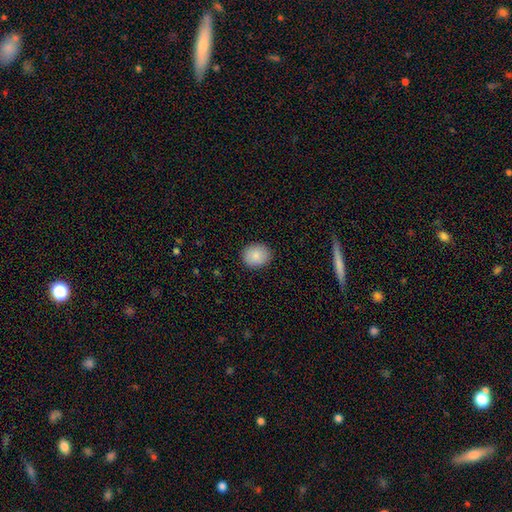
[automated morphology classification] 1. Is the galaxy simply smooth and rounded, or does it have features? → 87% smooth, 8% star or artifact, 5% featured or disk.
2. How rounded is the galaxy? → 75% round, 24% in between, 1% cigar-shaped.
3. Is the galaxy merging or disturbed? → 89% none, 8% minor disturbance, 2% major disturbance, 1% merger.